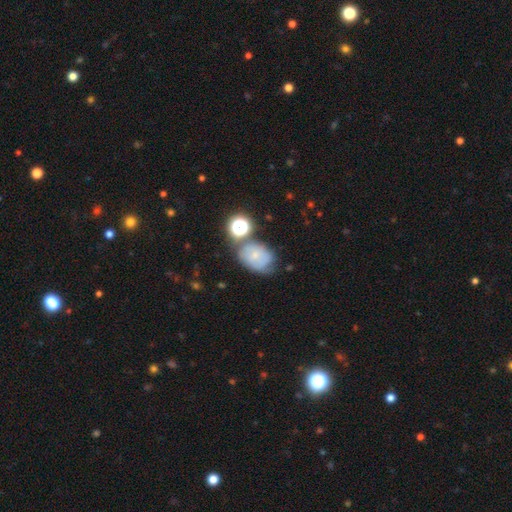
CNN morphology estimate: Smooth or featured? smooth (54%)
How rounded? in between (63%)
Merging? none (48%)